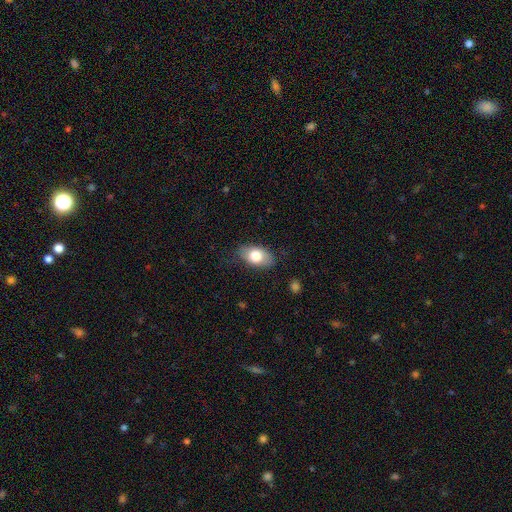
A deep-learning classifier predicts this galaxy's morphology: Smooth or featured: smooth — 78% (featured or disk — 16%)
How rounded: in between — 91% (round — 7%)
Merging: none — 76% (minor disturbance — 18%)